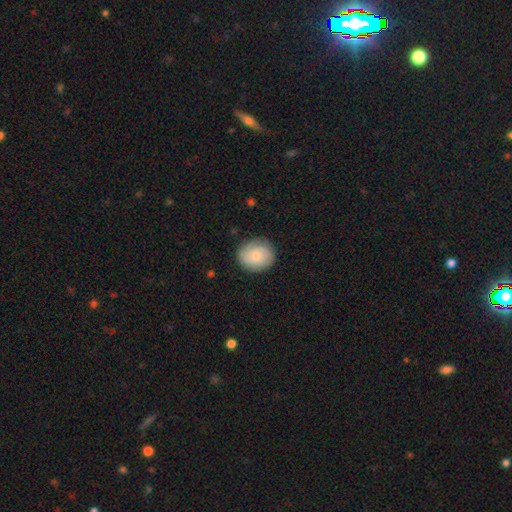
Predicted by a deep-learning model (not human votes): This is likely a smooth galaxy (66%). How rounded: likely round (73%). Merging: likely none (79%).